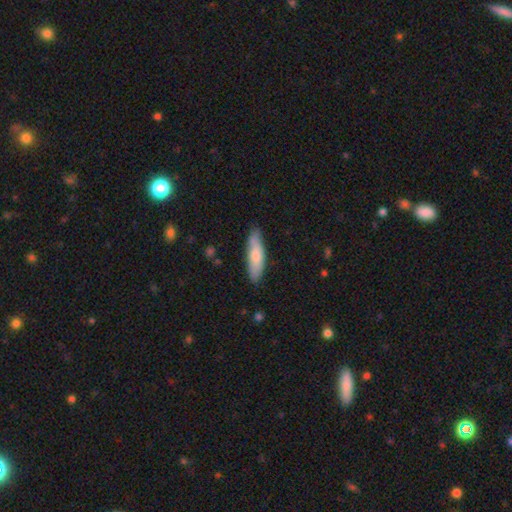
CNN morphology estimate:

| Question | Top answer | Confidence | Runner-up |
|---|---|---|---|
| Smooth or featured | smooth | 70% | featured or disk (24%) |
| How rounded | cigar-shaped | 60% | in between (38%) |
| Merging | none | 82% | minor disturbance (14%) |